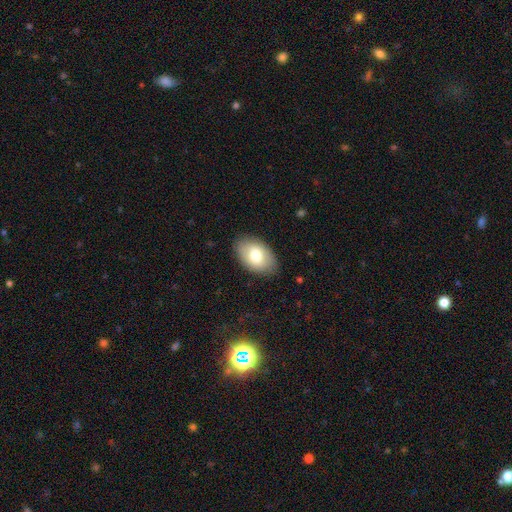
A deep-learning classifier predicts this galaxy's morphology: Q: Smooth or featured?
A: smooth (75%); runner-up: featured or disk (19%)
Q: How rounded?
A: in between (91%); runner-up: round (8%)
Q: Merging?
A: none (84%); runner-up: minor disturbance (12%)